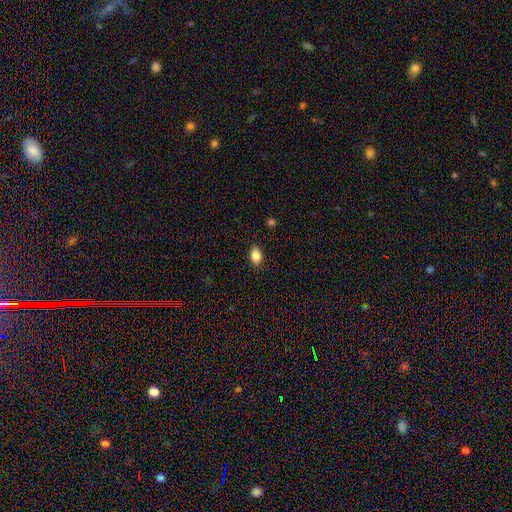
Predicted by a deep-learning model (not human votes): Smooth or featured: smooth — 84% (star or artifact — 9%)
How rounded: in between — 85% (round — 12%)
Merging: none — 87% (minor disturbance — 10%)